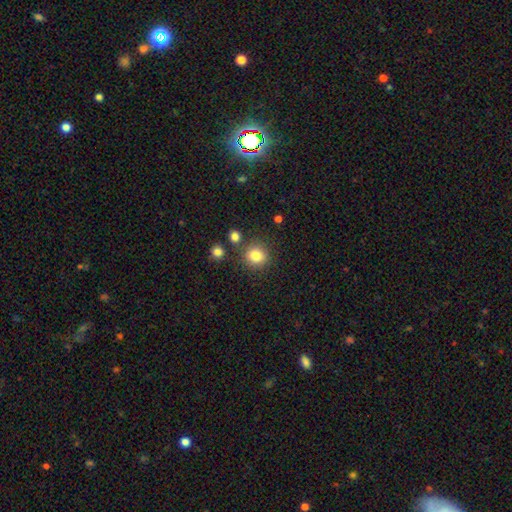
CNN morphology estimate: Q: Smooth or featured?
A: smooth (83%); runner-up: star or artifact (11%)
Q: How rounded?
A: round (88%); runner-up: in between (11%)
Q: Merging?
A: none (82%); runner-up: minor disturbance (9%)